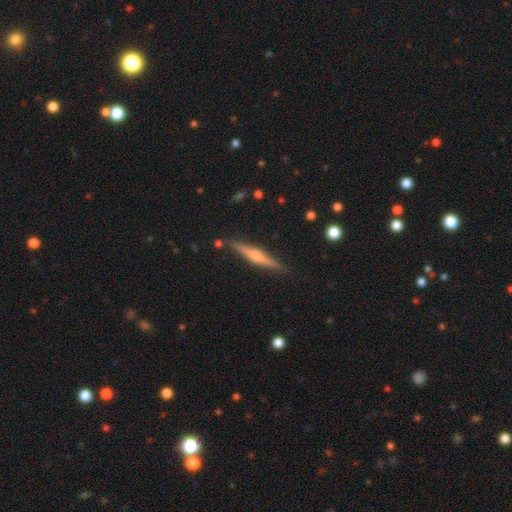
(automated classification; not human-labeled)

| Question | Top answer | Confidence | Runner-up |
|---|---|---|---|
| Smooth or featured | featured or disk | 67% | smooth (27%) |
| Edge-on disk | yes | 97% | no (3%) |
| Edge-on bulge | rounded | 78% | none (11%) |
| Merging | none | 89% | minor disturbance (8%) |